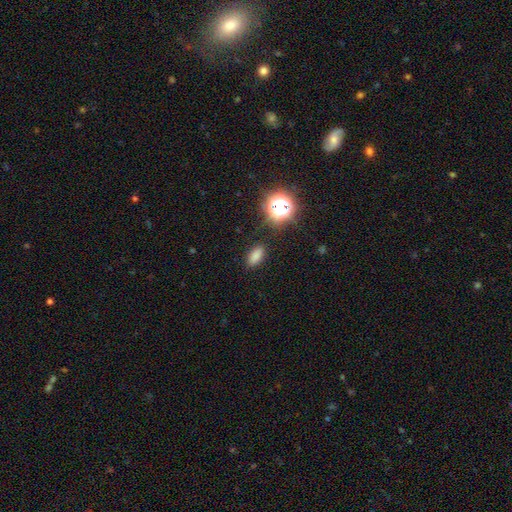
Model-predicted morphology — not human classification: type=smooth (76%); roundness=in between (84%); merging=none (86%).